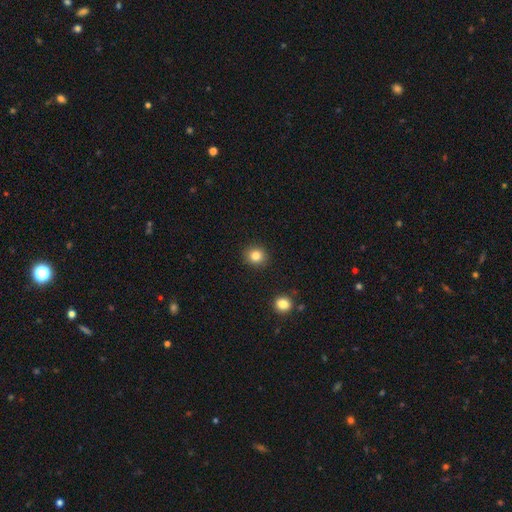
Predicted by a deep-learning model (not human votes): Smooth or featured? smooth (83%)
How rounded? round (85%)
Merging? none (91%)